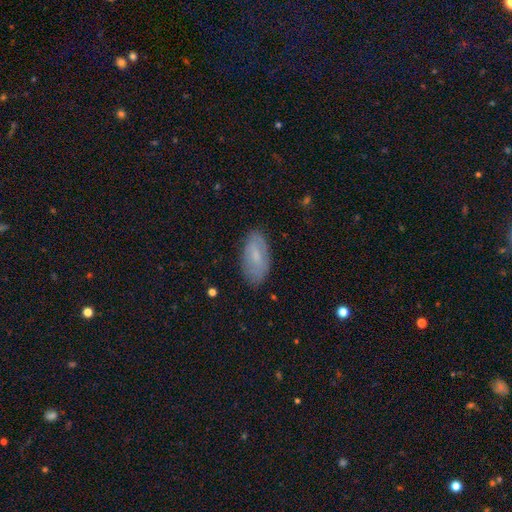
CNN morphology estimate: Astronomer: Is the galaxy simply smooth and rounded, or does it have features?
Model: smooth — 62%.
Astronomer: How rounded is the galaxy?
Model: in between — 90%.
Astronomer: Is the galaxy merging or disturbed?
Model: none — 82%.